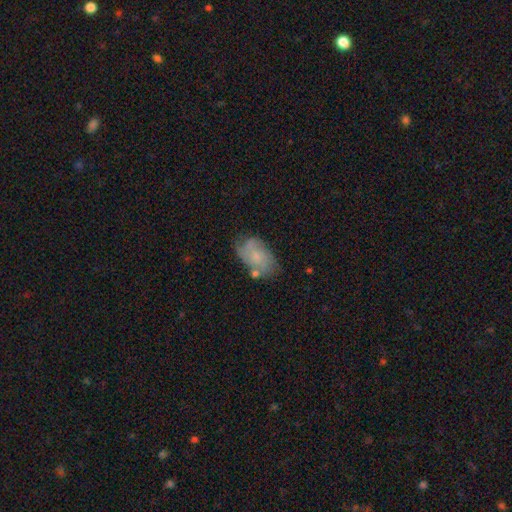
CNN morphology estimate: smooth_or_featured: smooth (p=0.52) [alt: featured or disk p=0.40]
how_rounded: in between (p=0.89) [alt: round p=0.09]
merging: none (p=0.54) [alt: minor disturbance p=0.27]